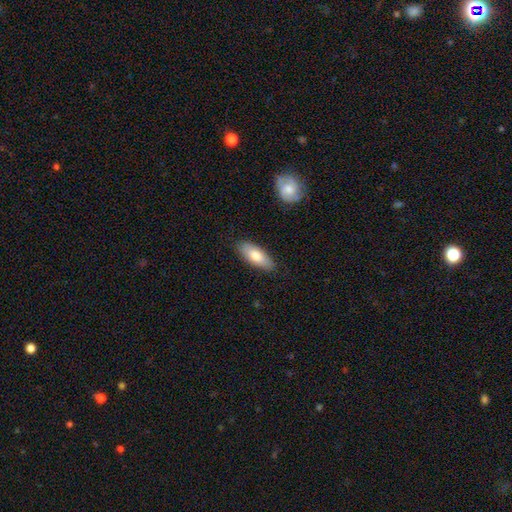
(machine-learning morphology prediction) This is likely a smooth galaxy (76%). How rounded: likely in between (73%). Merging: clearly none (85%).